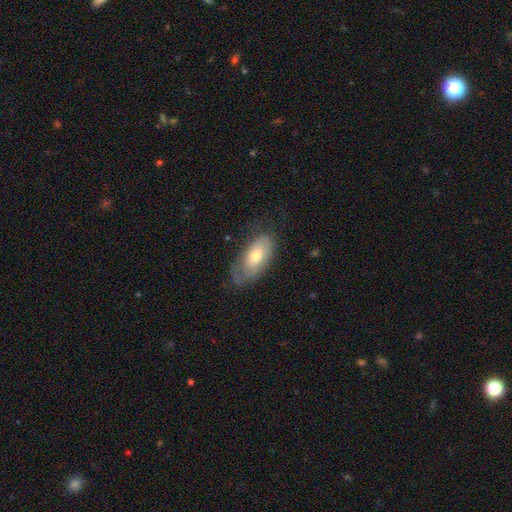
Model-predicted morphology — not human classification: This appears to be a smooth galaxy with no disk features (54%) that is in between round and cigar-shaped (90%). Merging: none (58%).